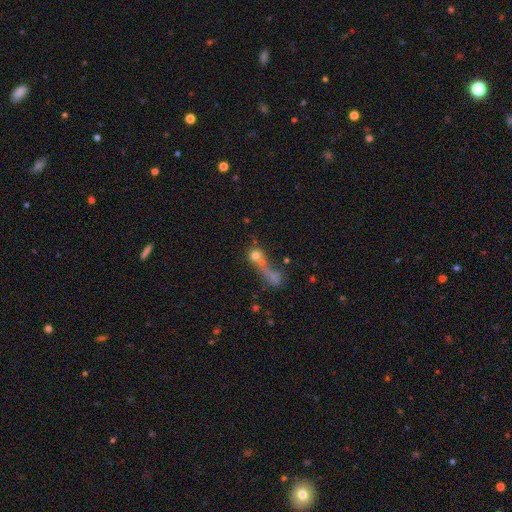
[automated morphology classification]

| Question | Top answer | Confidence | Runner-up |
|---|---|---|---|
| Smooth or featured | smooth | 65% | featured or disk (20%) |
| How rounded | round | 77% | in between (17%) |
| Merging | merger | 45% | none (32%) |